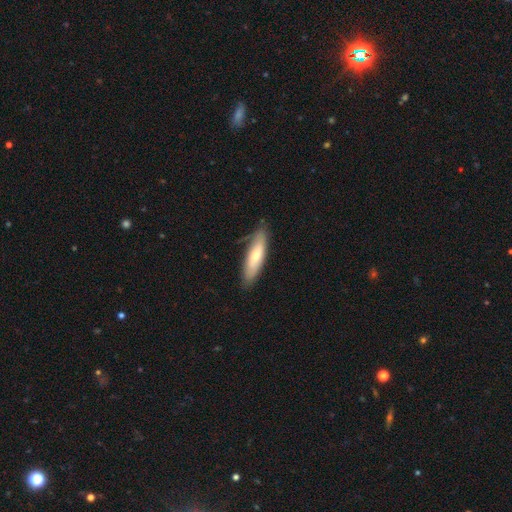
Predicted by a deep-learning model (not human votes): Q: Smooth or featured?
A: smooth (65%); runner-up: featured or disk (30%)
Q: How rounded?
A: cigar-shaped (58%); runner-up: in between (40%)
Q: Merging?
A: none (72%); runner-up: minor disturbance (21%)